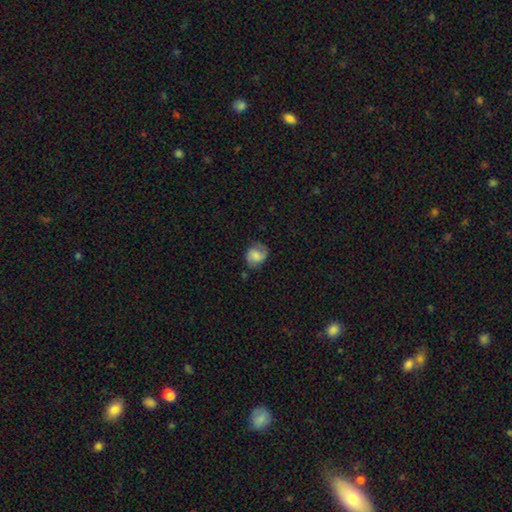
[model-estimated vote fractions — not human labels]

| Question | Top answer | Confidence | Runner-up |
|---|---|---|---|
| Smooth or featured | smooth | 56% | featured or disk (35%) |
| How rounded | round | 66% | in between (33%) |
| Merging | none | 67% | minor disturbance (23%) |